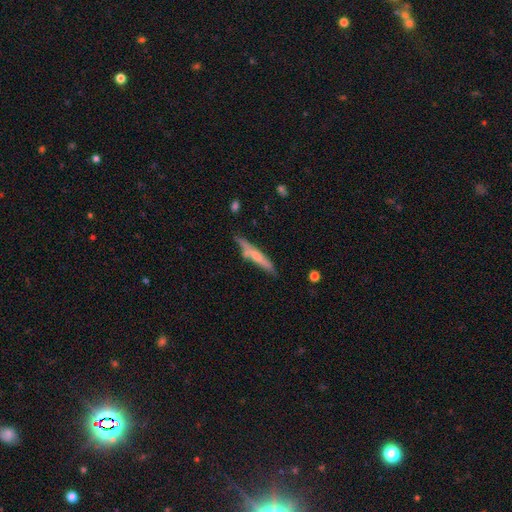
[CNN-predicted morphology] smooth 51%, featured or disk 43%, star or artifact 6%. Down the decision tree: how rounded — cigar-shaped (91%); merging — none (66%).